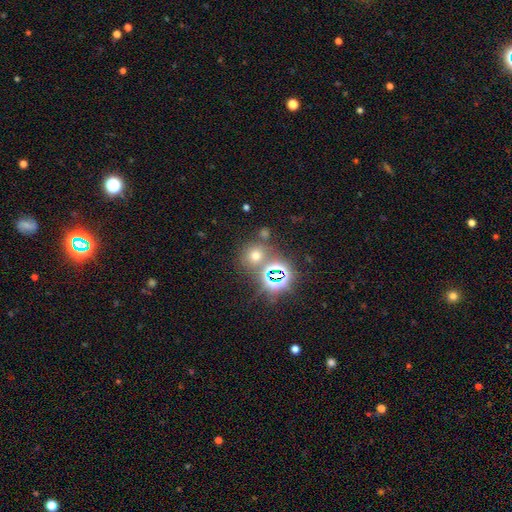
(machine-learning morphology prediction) Overall: smooth (53%; star or artifact 39%). How rounded: round (82%). Merging: none (70%).